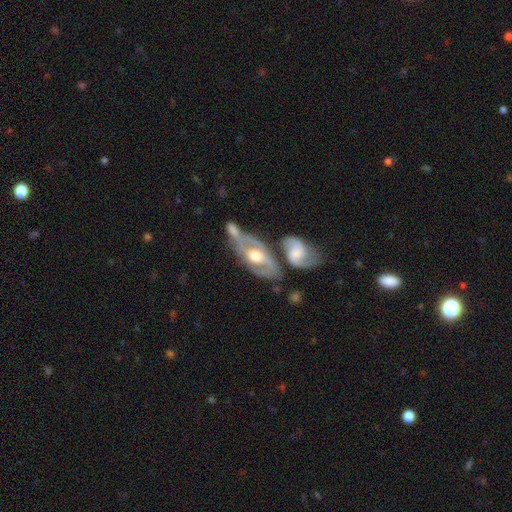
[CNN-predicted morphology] A featured or disk galaxy (76%) with no bar (51%), spiral arms (75%) and a moderate central bulge (70%).

Vote fractions:
- Smooth or featured? featured or disk: 76% / smooth: 20% / star or artifact: 5%
- Edge-on disk? no: 88% / yes: 12%
- Bar? no: 51% / weak: 34% / strong: 15%
- Spiral arms? yes: 75% / no: 25%
- Bulge size? moderate: 70% / large: 17% / small: 11% / none: 1% / dominant: 1%
- Merging? none: 40% / merger: 31% / minor disturbance: 19% / major disturbance: 10%